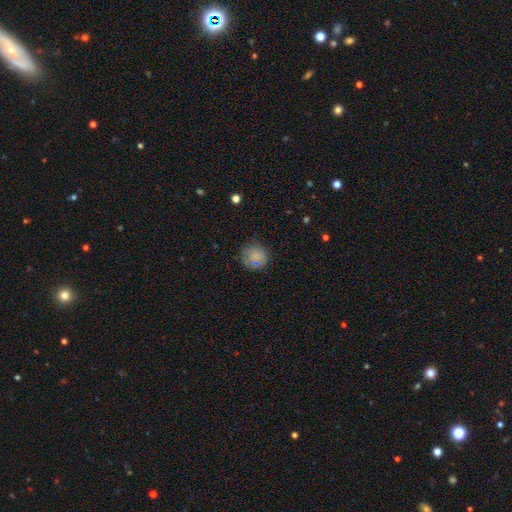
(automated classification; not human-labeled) smooth_or_featured: smooth (p=0.75) [alt: featured or disk p=0.15]
how_rounded: round (p=0.87) [alt: in between p=0.12]
merging: none (p=0.71) [alt: minor disturbance p=0.20]